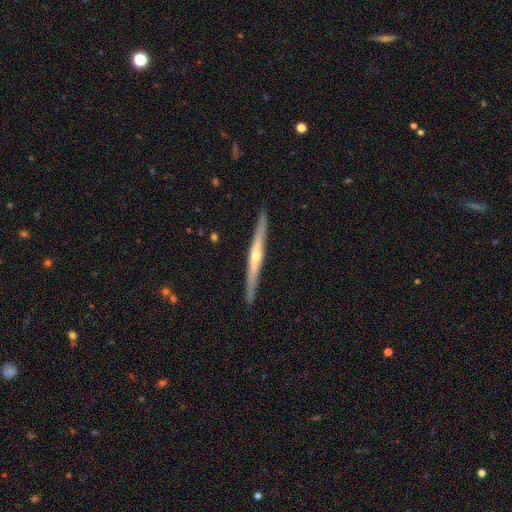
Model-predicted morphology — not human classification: This is likely a featured or disk galaxy (76%). It is clearly viewed edge-on (98%). Edge-on bulge: likely rounded (78%). Merging: clearly none (92%).